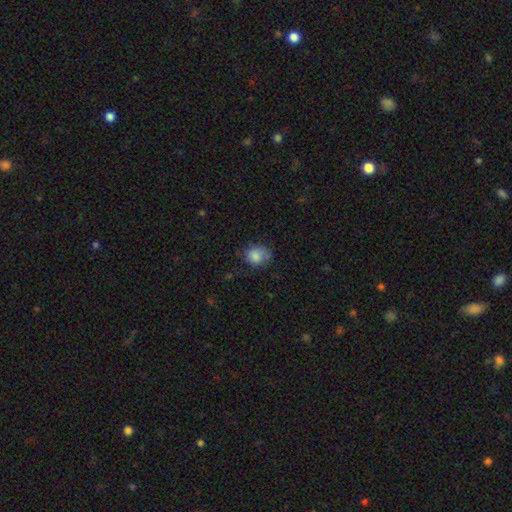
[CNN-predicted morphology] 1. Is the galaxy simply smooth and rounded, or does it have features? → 83% smooth, 9% star or artifact, 8% featured or disk.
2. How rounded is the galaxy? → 58% round, 42% in between, 1% cigar-shaped.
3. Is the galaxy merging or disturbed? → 61% none, 28% minor disturbance, 10% major disturbance, 2% merger.